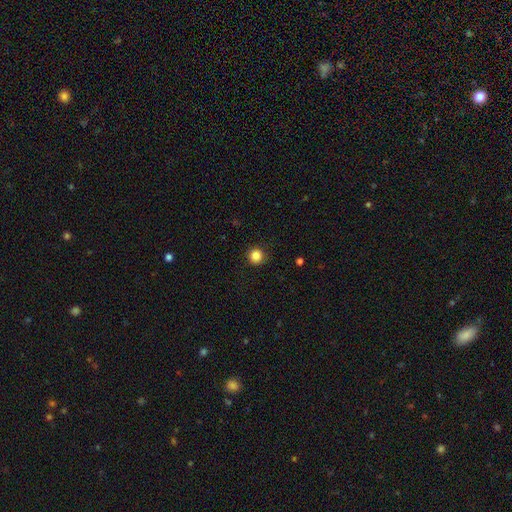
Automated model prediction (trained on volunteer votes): This is clearly a smooth galaxy (85%). How rounded: clearly round (95%). Merging: clearly none (91%).